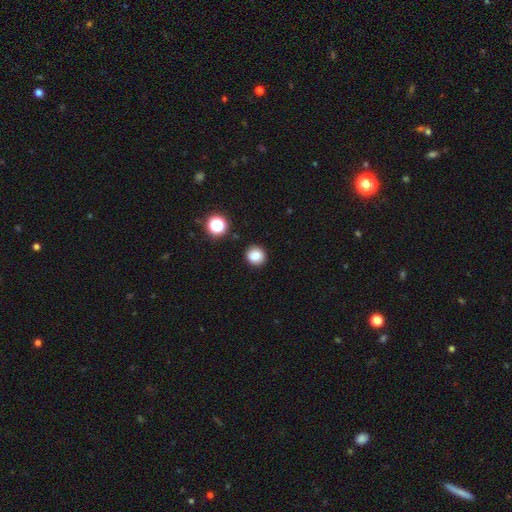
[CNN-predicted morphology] Smooth or featured?
  - smooth: 84% *
  - star or artifact: 12%
  - featured or disk: 5%
How rounded?
  - round: 88% *
  - in between: 11%
  - cigar-shaped: 1%
Merging?
  - none: 89% *
  - minor disturbance: 7%
  - major disturbance: 2%
  - merger: 2%